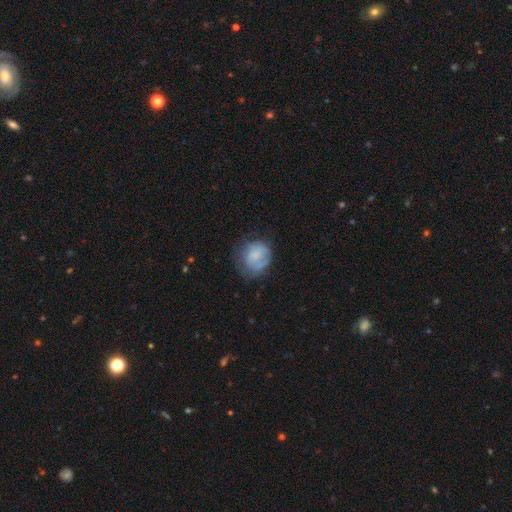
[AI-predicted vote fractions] This is likely a smooth galaxy (61%). How rounded: likely round (72%). Merging: possibly none (53%).